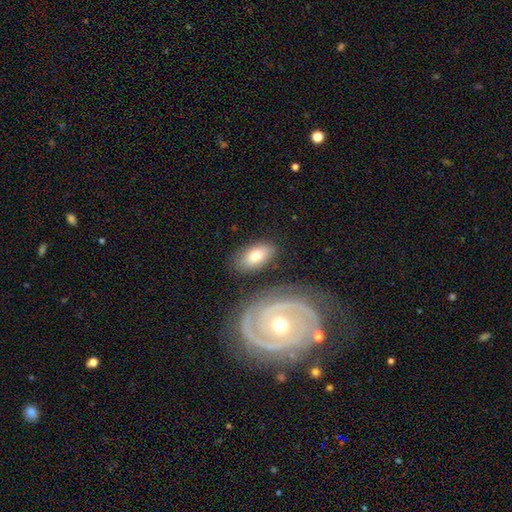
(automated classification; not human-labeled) This appears to be a smooth galaxy with no disk features (72%) that is in between round and cigar-shaped (92%). Merging: none (72%).